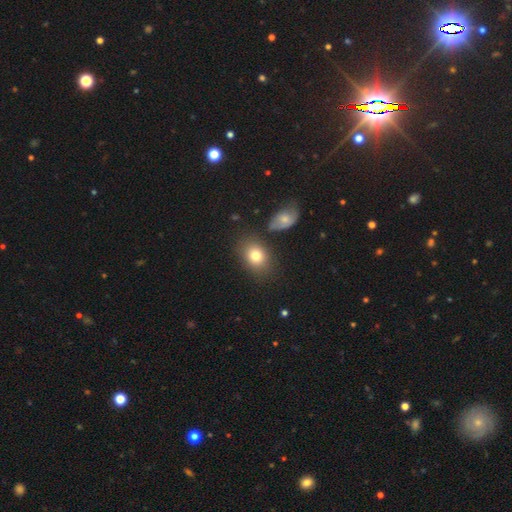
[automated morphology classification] Smooth or featured? smooth (79%)
How rounded? in between (61%)
Merging? none (76%)